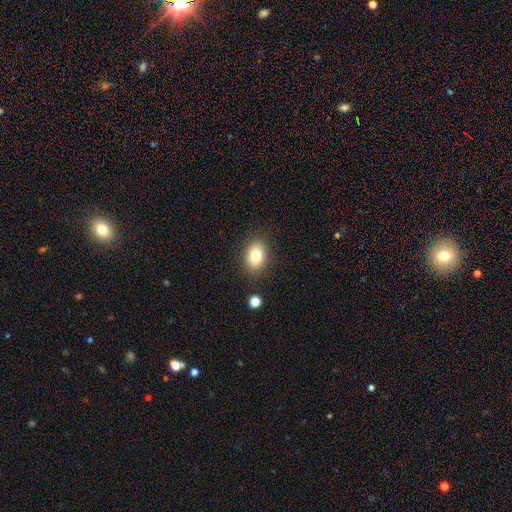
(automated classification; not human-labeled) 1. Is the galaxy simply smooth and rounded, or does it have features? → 79% smooth, 11% featured or disk, 10% star or artifact.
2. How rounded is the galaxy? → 73% in between, 25% round, 1% cigar-shaped.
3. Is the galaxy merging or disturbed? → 86% none, 9% minor disturbance, 3% major disturbance, 2% merger.